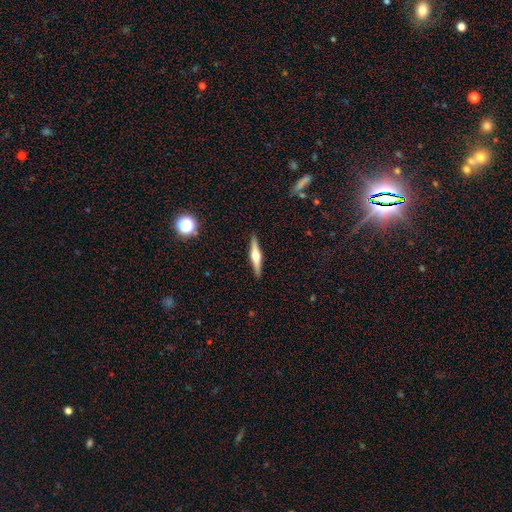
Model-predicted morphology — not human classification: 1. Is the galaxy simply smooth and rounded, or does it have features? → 67% featured or disk, 27% smooth, 6% star or artifact.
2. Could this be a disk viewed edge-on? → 97% yes, 3% no.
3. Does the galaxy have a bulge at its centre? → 93% rounded, 4% boxy, 3% none.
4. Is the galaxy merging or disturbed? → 91% none, 6% minor disturbance, 1% major disturbance, 1% merger.